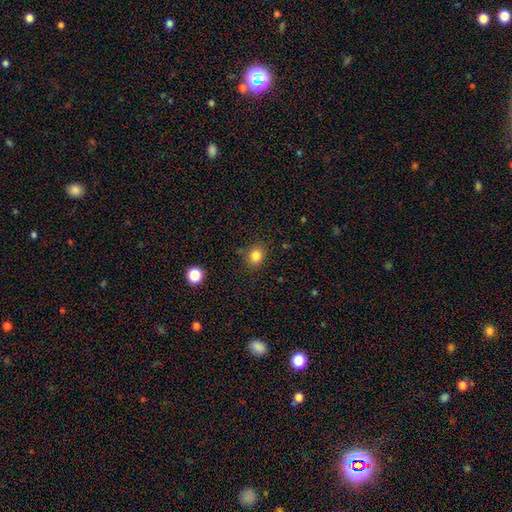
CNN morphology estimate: type=smooth (84%); roundness=round (61%); merging=none (83%).